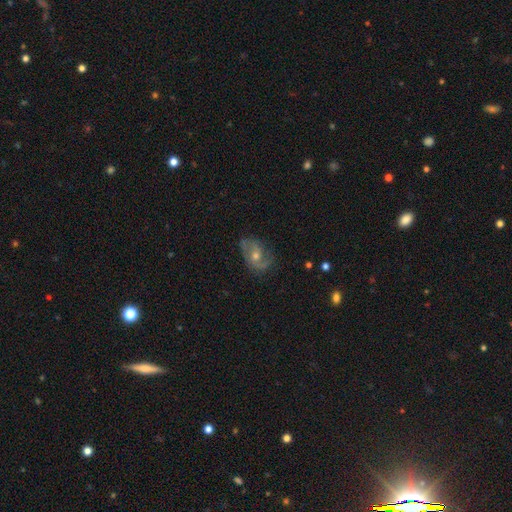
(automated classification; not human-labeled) The model was most divided on "spiral winding": medium: 46%, loose: 30%, tight: 24%. More confident: edge-on disk — no (96%); spiral arms — yes (87%); spiral arm count — 2 (73%); smooth or featured — featured or disk (72%); merging — none (70%); bar — no (58%); bulge size — moderate (58%).